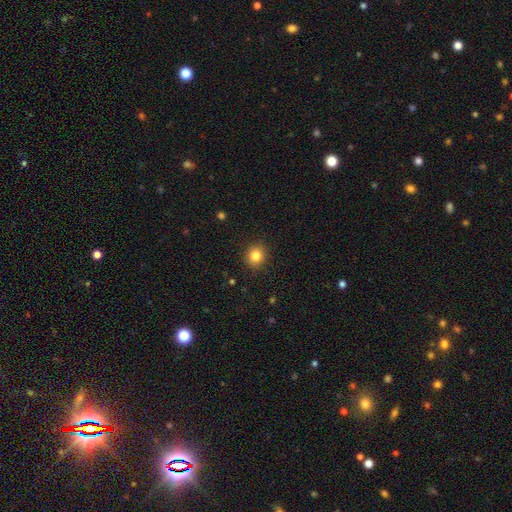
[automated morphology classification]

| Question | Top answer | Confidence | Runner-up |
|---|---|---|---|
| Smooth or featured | smooth | 83% | star or artifact (11%) |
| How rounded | round | 86% | in between (13%) |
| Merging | none | 91% | minor disturbance (6%) |